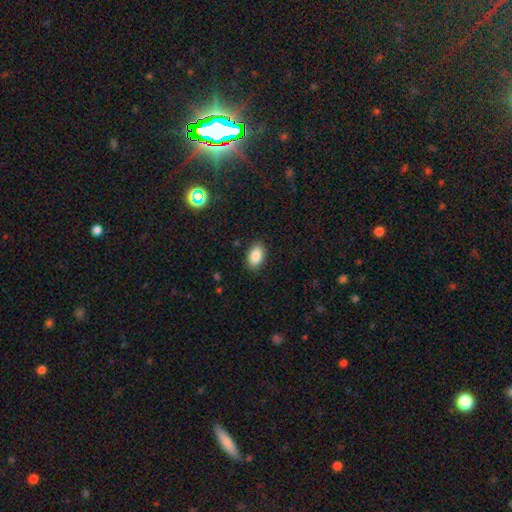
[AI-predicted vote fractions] smooth_or_featured: smooth (p=0.87) [alt: star or artifact p=0.08]
how_rounded: in between (p=0.90) [alt: round p=0.08]
merging: none (p=0.88) [alt: minor disturbance p=0.09]